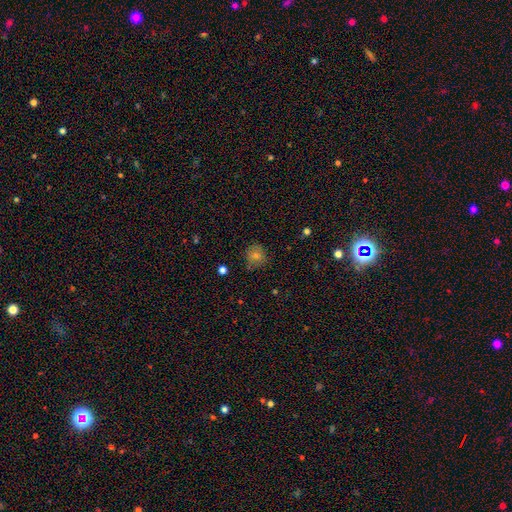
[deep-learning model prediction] Smooth or featured? Predicted: smooth (p=0.61). How rounded? Predicted: round (p=0.82). Merging? Predicted: none (p=0.76).